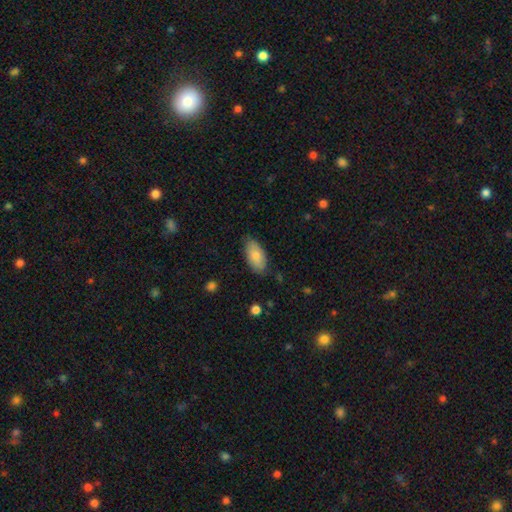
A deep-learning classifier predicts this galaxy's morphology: A smooth galaxy with no disk features (83%) that is in between round and cigar-shaped (94%). Merging: none (78%).